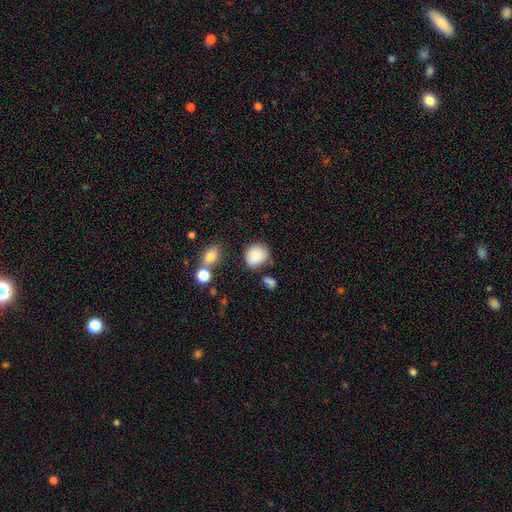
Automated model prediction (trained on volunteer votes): This appears to be a smooth galaxy with no disk features (84%) that is round (68%). Merging: none (66%).